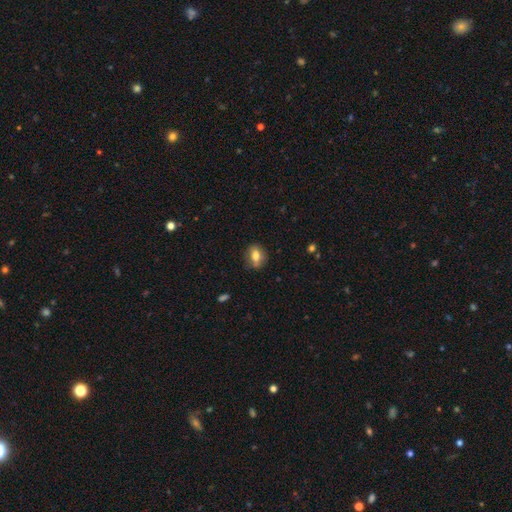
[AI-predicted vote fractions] A smooth galaxy with no disk features (72%) that is in between round and cigar-shaped (56%).

Vote fractions:
- Smooth or featured? smooth: 72% / featured or disk: 18% / star or artifact: 9%
- How rounded? in between: 56% / round: 41% / cigar-shaped: 3%
- Merging? none: 76% / minor disturbance: 18% / major disturbance: 4% / merger: 3%